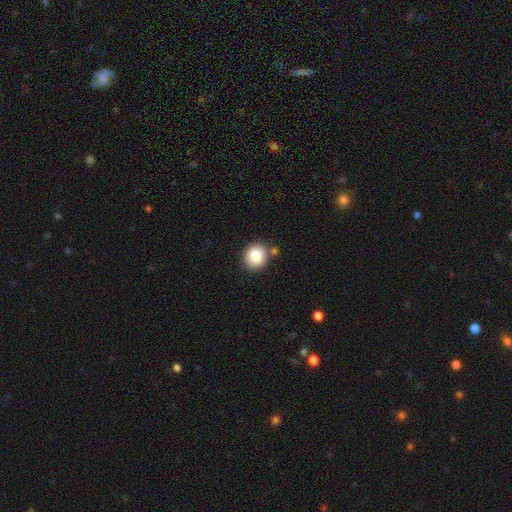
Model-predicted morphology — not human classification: smooth-or-featured: smooth: 84% | star or artifact: 9% | featured or disk: 7%
  how-rounded: round: 83% | in between: 16% | cigar-shaped: 1%
  merging: none: 80% | minor disturbance: 9% | merger: 8% | major disturbance: 3%